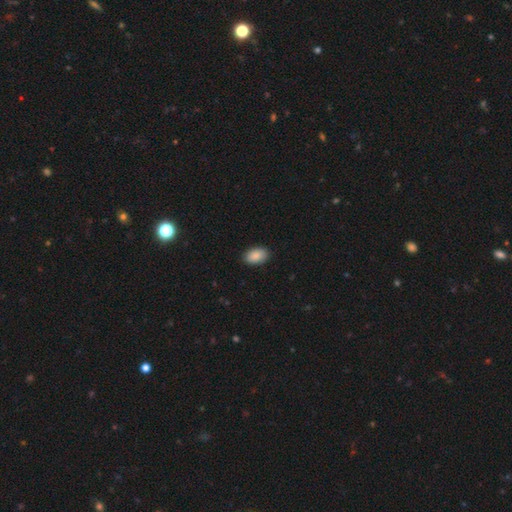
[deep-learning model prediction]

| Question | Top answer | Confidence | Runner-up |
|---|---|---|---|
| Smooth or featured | smooth | 90% | star or artifact (7%) |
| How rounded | in between | 93% | round (6%) |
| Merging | none | 88% | minor disturbance (9%) |